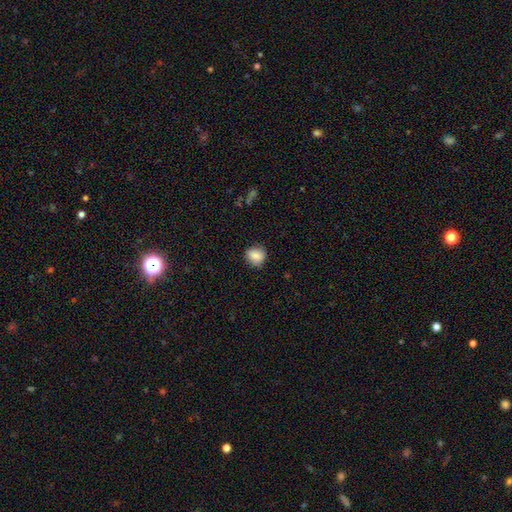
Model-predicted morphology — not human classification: type=smooth (83%); roundness=round (79%); merging=none (82%).